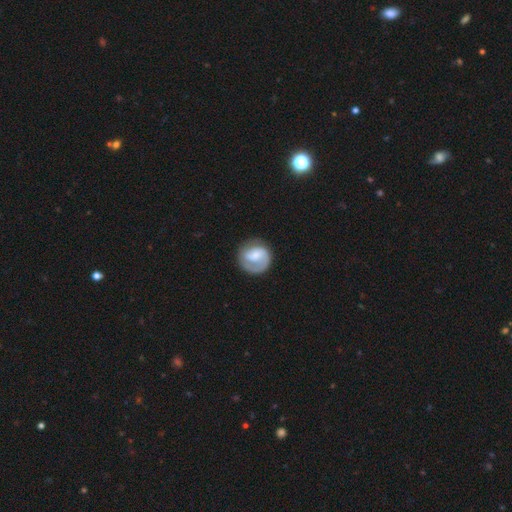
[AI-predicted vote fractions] smooth-or-featured: featured or disk: 63% | smooth: 31% | star or artifact: 6%
  disk-edge-on: no: 98% | yes: 2%
    bar: no: 44% | weak: 43% | strong: 13%
    has-spiral-arms: yes: 88% | no: 12%
      spiral-winding: tight: 50% | medium: 34% | loose: 16%
      spiral-arm-count: 1: 51% | 2: 37% | can't tell: 8% | 3: 2% | 4: 1% | more than 4: 1%
    bulge-size: small: 41% | moderate: 33% | none: 13% | large: 11% | dominant: 2%
  merging: none: 73% | minor disturbance: 16% | major disturbance: 10% | merger: 2%